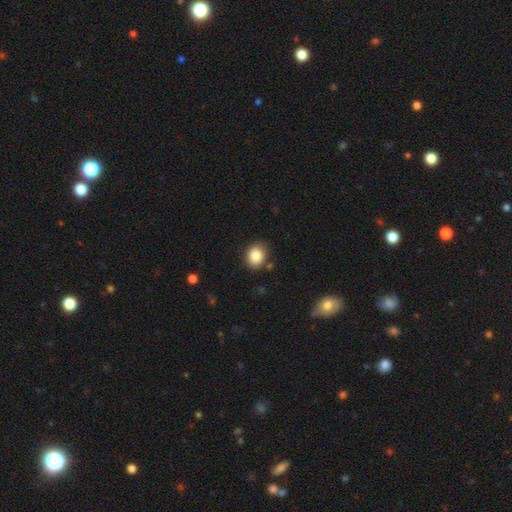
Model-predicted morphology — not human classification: This appears to be a smooth galaxy with no disk features (86%) that is round (61%). Merging: none (83%).